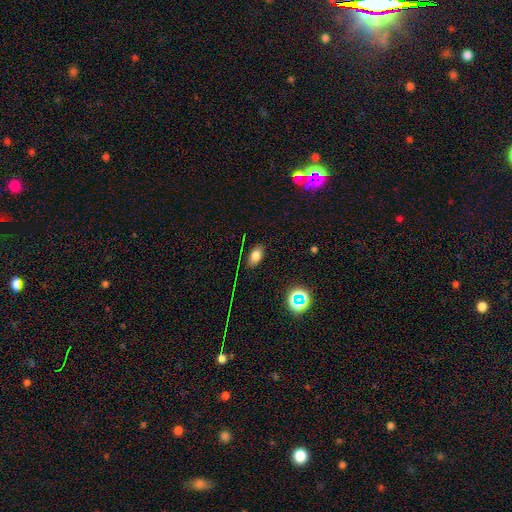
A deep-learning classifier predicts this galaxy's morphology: Overall: smooth (75%). How rounded: in between (89%). Merging: none (83%).